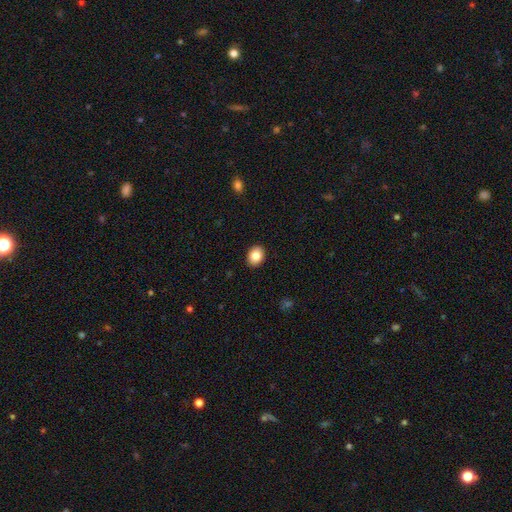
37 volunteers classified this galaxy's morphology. type=smooth (95%); roundness=round (57%); merging=none (81%).